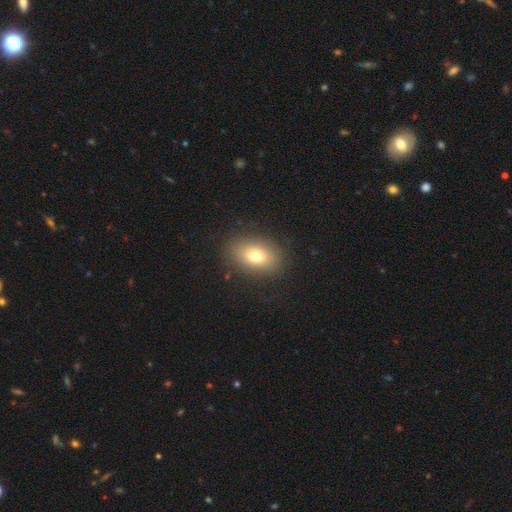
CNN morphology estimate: type=smooth (75%); roundness=in between (77%); merging=none (85%).